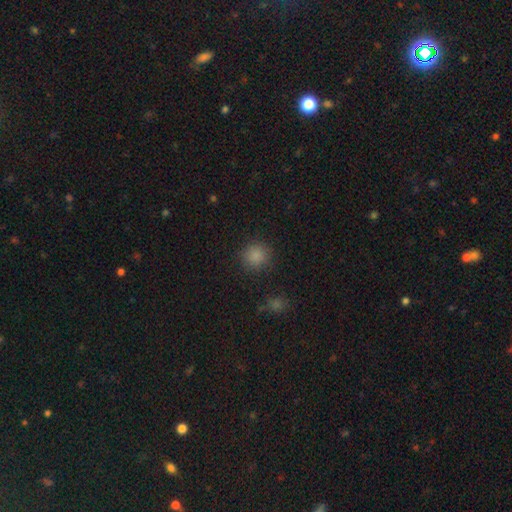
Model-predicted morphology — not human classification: Q: Smooth or featured?
A: smooth (85%); runner-up: star or artifact (12%)
Q: How rounded?
A: round (91%); runner-up: in between (8%)
Q: Merging?
A: none (87%); runner-up: minor disturbance (8%)